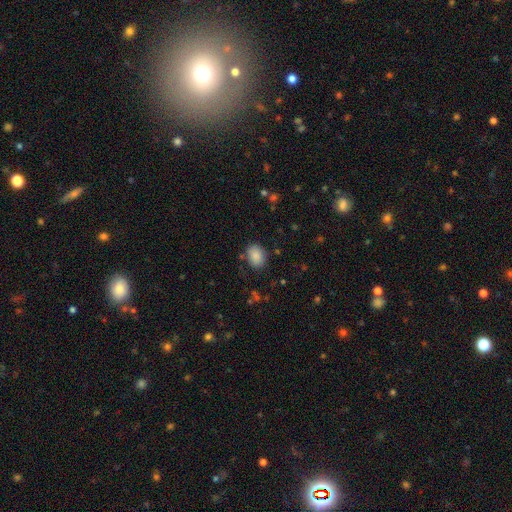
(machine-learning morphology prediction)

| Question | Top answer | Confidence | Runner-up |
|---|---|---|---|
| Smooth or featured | smooth | 87% | star or artifact (8%) |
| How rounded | in between | 67% | round (32%) |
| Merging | none | 83% | minor disturbance (12%) |